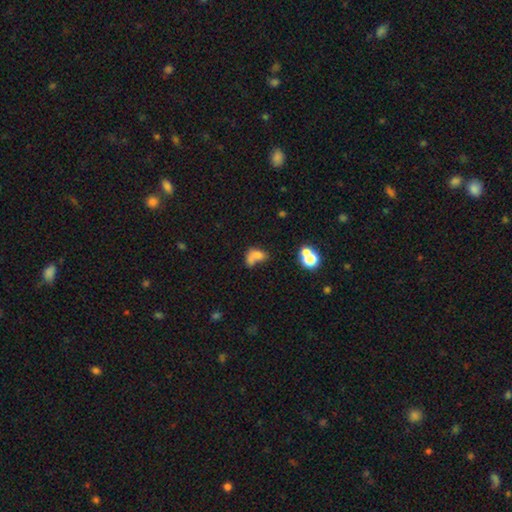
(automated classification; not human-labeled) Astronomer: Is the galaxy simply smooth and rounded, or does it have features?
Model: smooth — 64%.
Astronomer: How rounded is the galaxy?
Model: in between — 74%.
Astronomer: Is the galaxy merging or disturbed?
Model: merger — 49%.